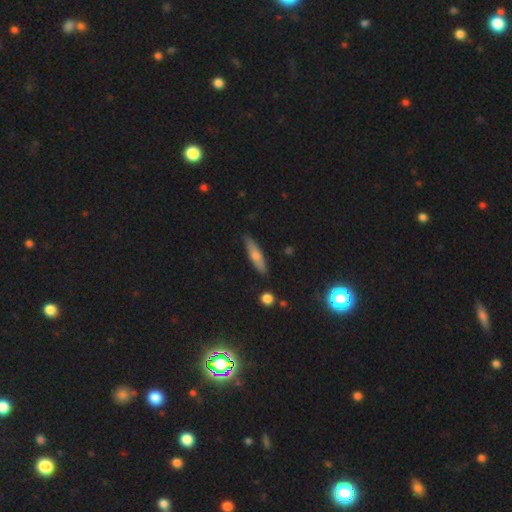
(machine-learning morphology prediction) This is likely a smooth galaxy (61%). How rounded: likely cigar-shaped (74%). Merging: clearly none (86%).